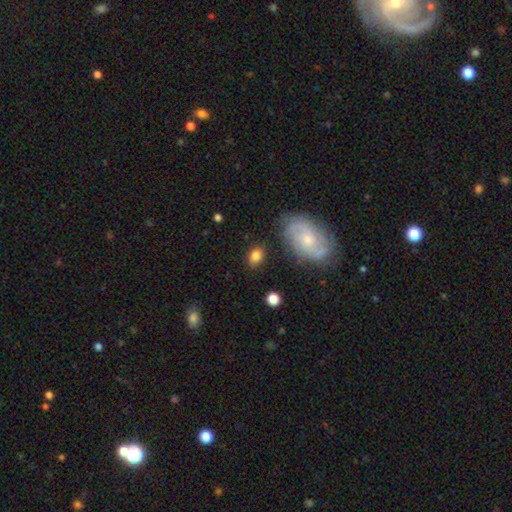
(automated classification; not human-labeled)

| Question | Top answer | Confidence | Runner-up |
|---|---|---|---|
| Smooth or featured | smooth | 78% | featured or disk (14%) |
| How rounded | in between | 71% | round (27%) |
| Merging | none | 78% | minor disturbance (14%) |